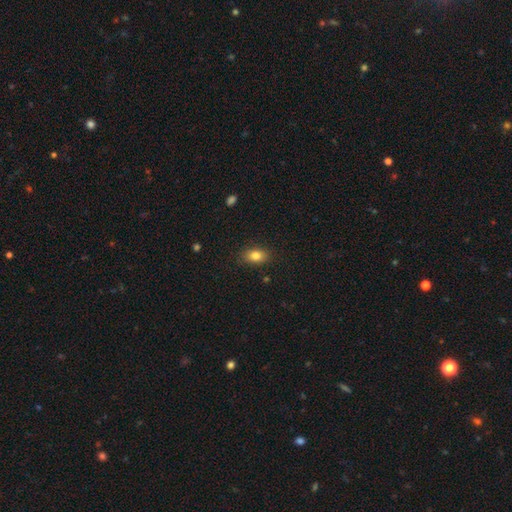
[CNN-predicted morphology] Smooth or featured?
  - smooth: 81% *
  - star or artifact: 10%
  - featured or disk: 9%
How rounded?
  - in between: 82% *
  - round: 15%
  - cigar-shaped: 3%
Merging?
  - none: 85% *
  - minor disturbance: 11%
  - major disturbance: 3%
  - merger: 1%